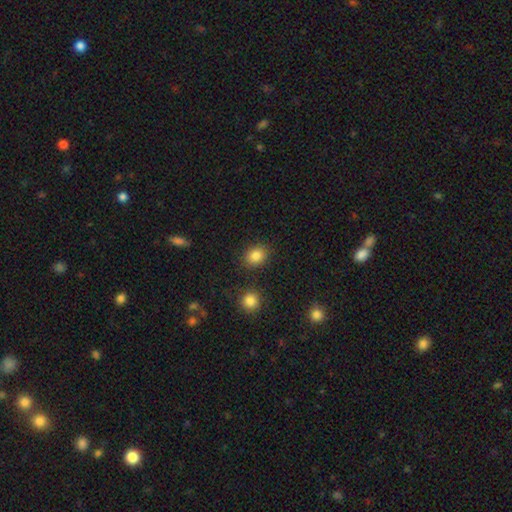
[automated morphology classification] Smooth or featured? smooth (85%)
How rounded? round (51%)
Merging? none (83%)